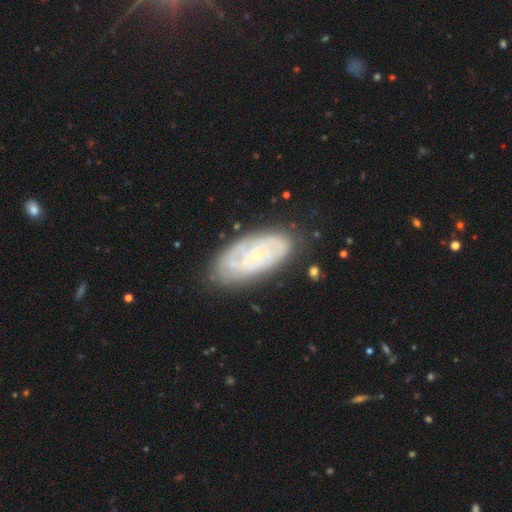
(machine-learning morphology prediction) Overall: featured or disk (72%). Edge-on disk: no (93%). Bar: no (82%). Spiral arms: yes (78%). Spiral arm count: can't tell (56%; 2 19%). Spiral winding: tight (74%). Bulge size: small (82%). Merging: none (76%).